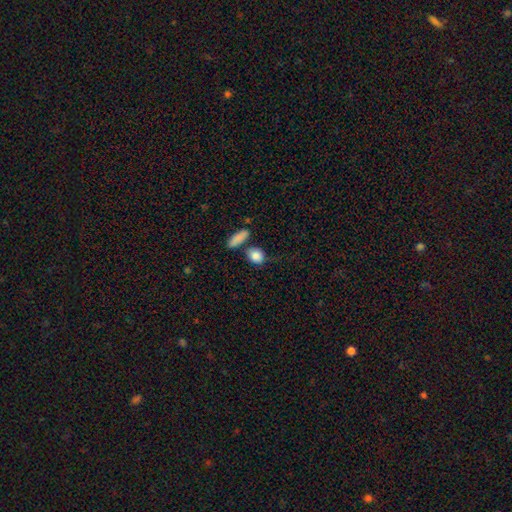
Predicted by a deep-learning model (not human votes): Overall: smooth (86%). How rounded: round (58%; in between 38%). Merging: none (66%).